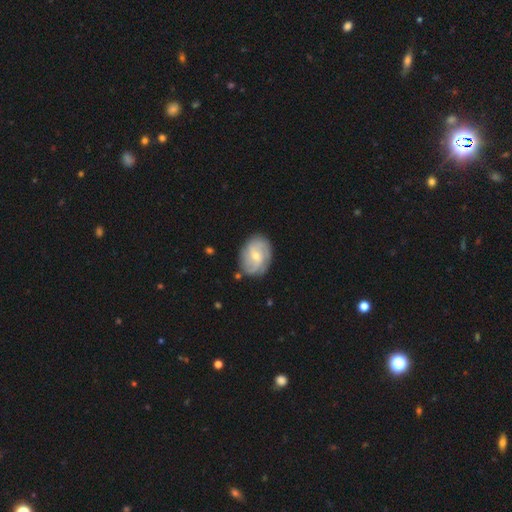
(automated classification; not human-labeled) This is likely a featured or disk galaxy (75%). It is clearly not viewed edge-on (97%). Bar: possibly no (53%). Spiral arm pattern: clearly yes (93%). Spiral arm count: marginally 2 (32%). Spiral winding: possibly tight (50%). Central bulge: possibly small (55%). Merging: likely none (78%).